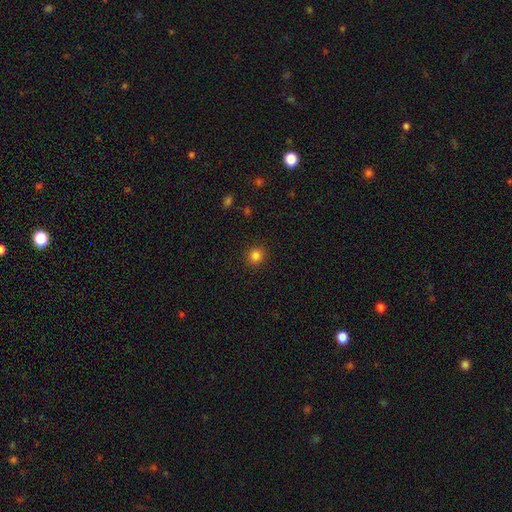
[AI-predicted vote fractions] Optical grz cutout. It shows a smooth galaxy with no disk features (84%) that is round (90%). Merging: none (91%).